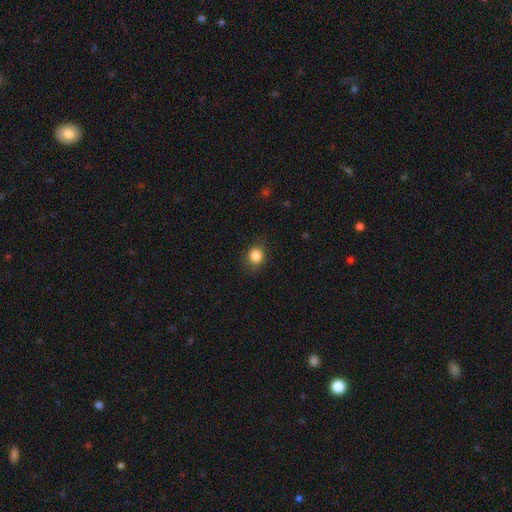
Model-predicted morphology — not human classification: Smooth or featured? Predicted: smooth (p=0.85). How rounded? Predicted: round (p=0.74). Merging? Predicted: none (p=0.82).